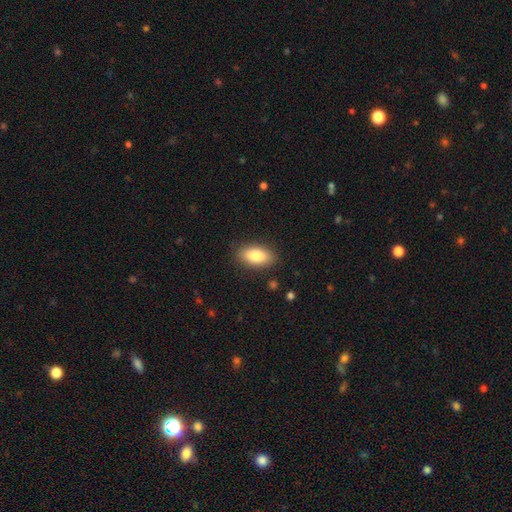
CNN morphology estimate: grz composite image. It shows a smooth galaxy with no disk features (84%) that is in between round and cigar-shaped (90%). Merging: none (86%).